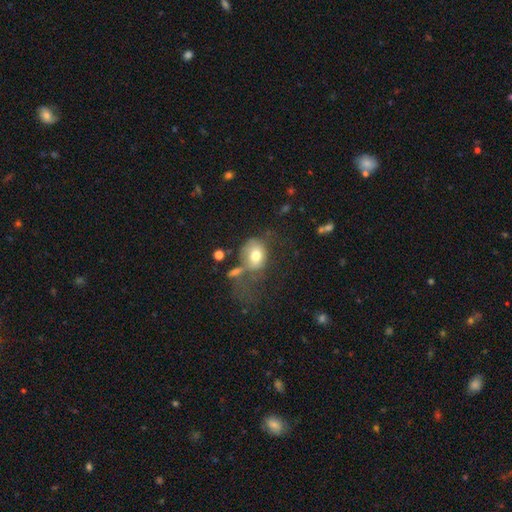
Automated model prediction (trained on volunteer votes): Smooth or featured? Predicted: smooth (p=0.72). How rounded? Predicted: in between (p=0.56). Merging? Predicted: major disturbance (p=0.35).